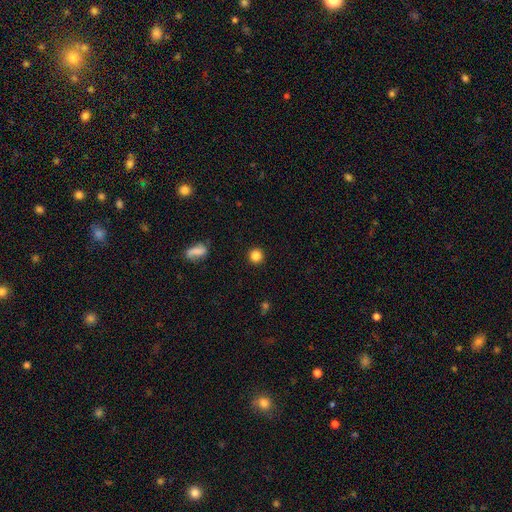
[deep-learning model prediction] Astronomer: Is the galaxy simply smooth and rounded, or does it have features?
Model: smooth — 85%.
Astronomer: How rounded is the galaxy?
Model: round — 94%.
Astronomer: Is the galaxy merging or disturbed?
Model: none — 92%.